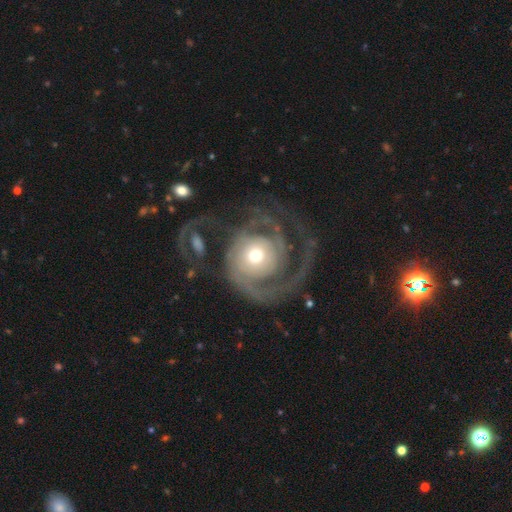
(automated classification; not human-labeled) Smooth or featured? featured or disk (81%)
Edge-on disk? no (98%)
Bar? no (80%)
Spiral arms? yes (88%)
Spiral winding? tight (45%)
Spiral arm count? 2 (39%)
Bulge size? moderate (56%)
Merging? none (42%)